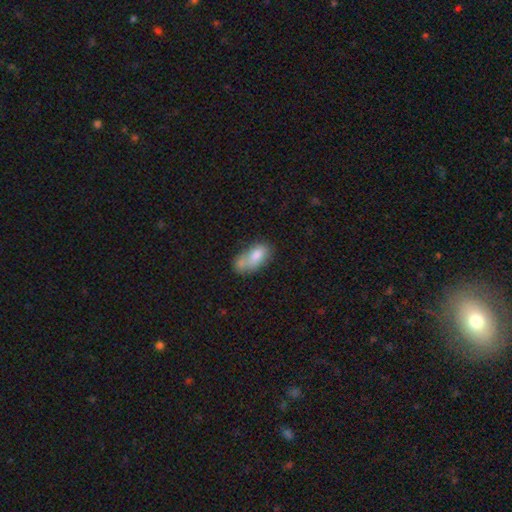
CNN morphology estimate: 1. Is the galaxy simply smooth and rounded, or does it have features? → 73% smooth, 18% featured or disk, 8% star or artifact.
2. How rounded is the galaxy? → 88% in between, 6% cigar-shaped, 6% round.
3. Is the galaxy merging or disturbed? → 36% merger, 32% none, 22% minor disturbance, 11% major disturbance.